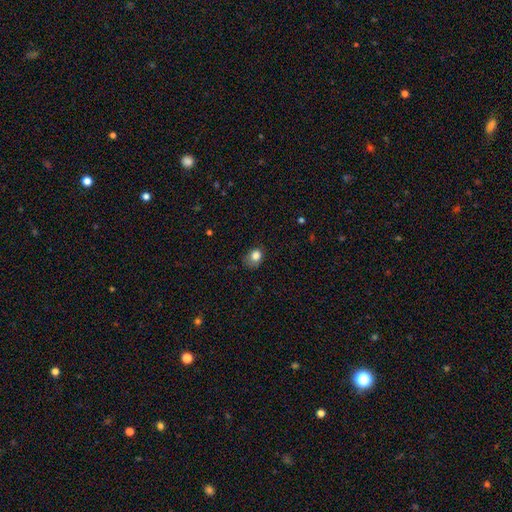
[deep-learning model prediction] This appears to be a smooth galaxy with no disk features (81%) that is in between round and cigar-shaped (50%). Merging: none (51%).